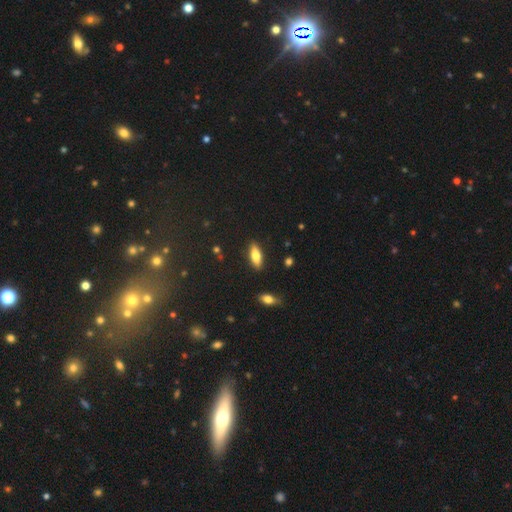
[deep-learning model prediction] The model was most divided on "how rounded": in between: 65%, cigar-shaped: 33%, round: 3%. More confident: merging — none (87%); smooth or featured — smooth (69%).